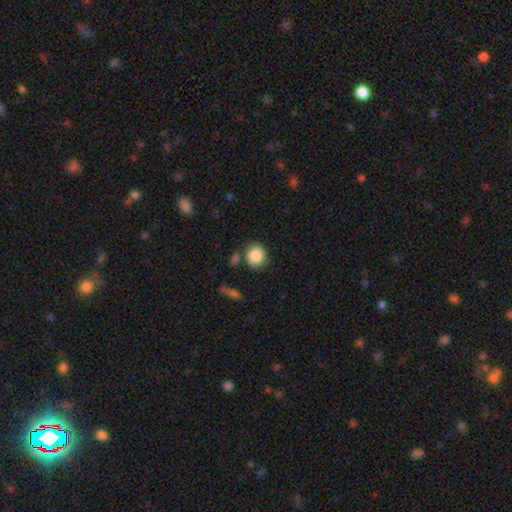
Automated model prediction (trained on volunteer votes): Morphology: type=smooth (87%); roundness=round (86%); merging=none (79%).